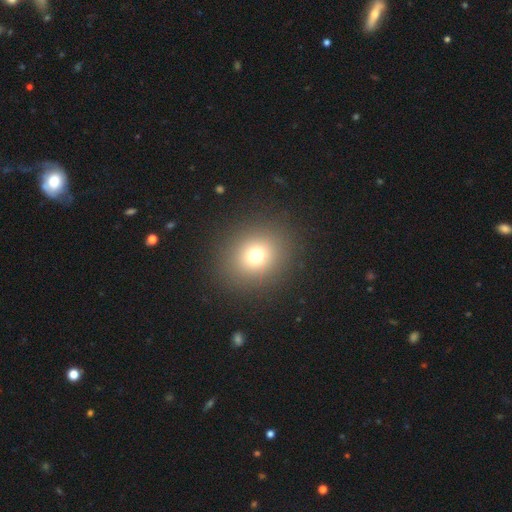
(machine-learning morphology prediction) smooth-or-featured: smooth: 73% | star or artifact: 17% | featured or disk: 10%
  how-rounded: round: 78% | in between: 21% | cigar-shaped: 1%
  merging: none: 89% | minor disturbance: 6% | major disturbance: 4% | merger: 1%